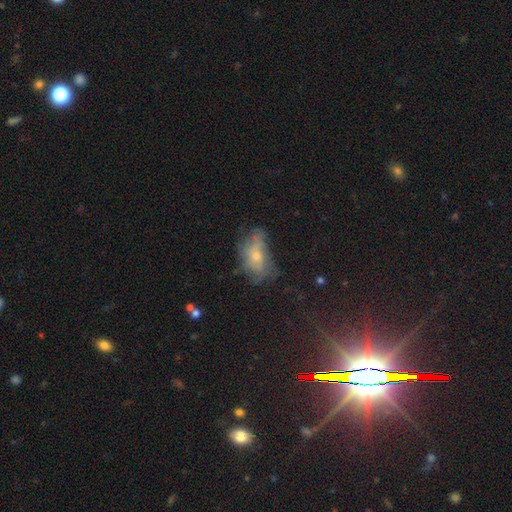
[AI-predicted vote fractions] smooth-or-featured: smooth: 47% | featured or disk: 41% | star or artifact: 13%
  merging: none: 42% | minor disturbance: 29% | major disturbance: 26% | merger: 3%